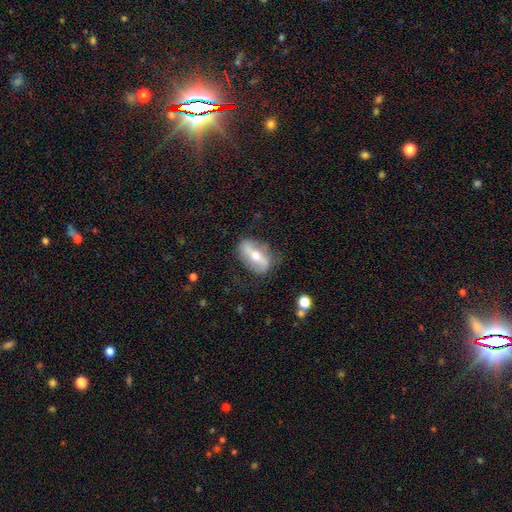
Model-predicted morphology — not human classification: Smooth or featured? Predicted: featured or disk (p=0.62). Edge-on disk? Predicted: no (p=0.77). Merging? Predicted: none (p=0.75).